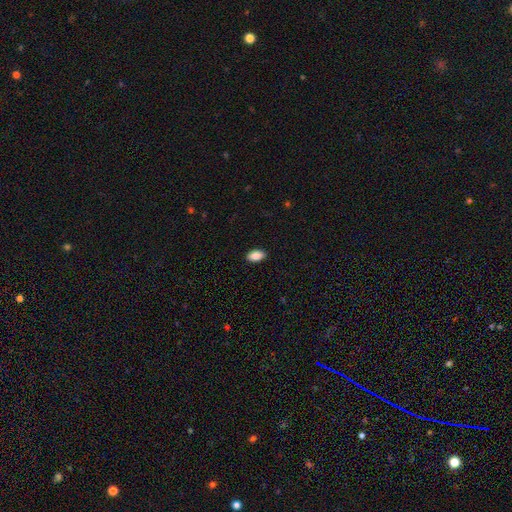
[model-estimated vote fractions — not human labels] Q: Smooth or featured?
A: smooth (87%); runner-up: star or artifact (7%)
Q: How rounded?
A: in between (94%); runner-up: round (4%)
Q: Merging?
A: none (91%); runner-up: minor disturbance (7%)